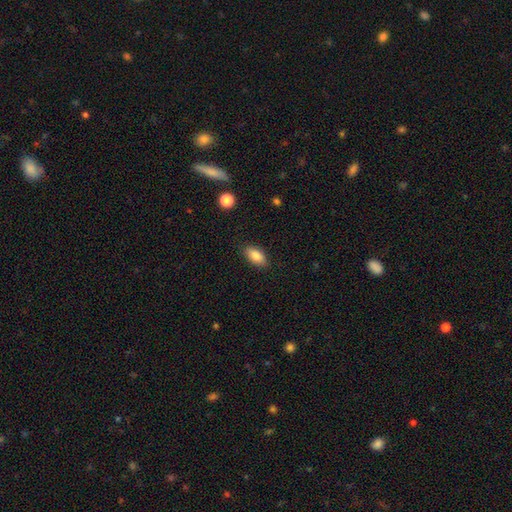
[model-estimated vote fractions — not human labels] Smooth or featured?
  - smooth: 84% *
  - featured or disk: 9%
  - star or artifact: 7%
How rounded?
  - in between: 89% *
  - cigar-shaped: 6%
  - round: 4%
Merging?
  - none: 86% *
  - minor disturbance: 10%
  - major disturbance: 2%
  - merger: 1%